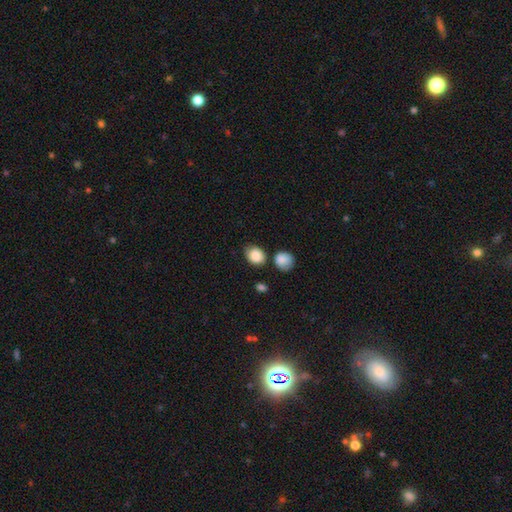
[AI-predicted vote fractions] smooth_or_featured: smooth (p=0.88) [alt: star or artifact p=0.07]
how_rounded: in between (p=0.56) [alt: round p=0.43]
merging: none (p=0.67) [alt: minor disturbance p=0.19]